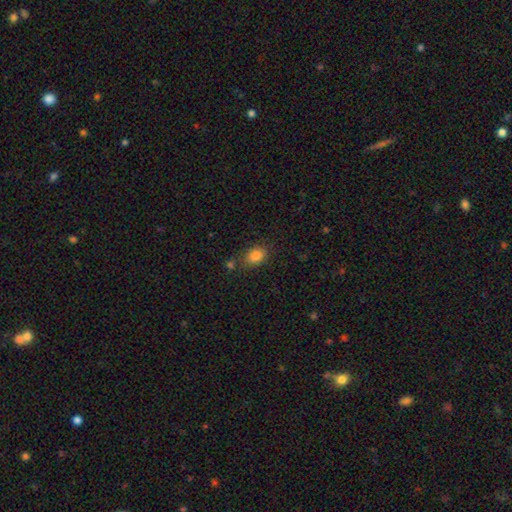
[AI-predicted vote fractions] Q: Smooth or featured?
A: smooth (83%); runner-up: star or artifact (10%)
Q: How rounded?
A: in between (74%); runner-up: round (25%)
Q: Merging?
A: none (72%); runner-up: minor disturbance (15%)